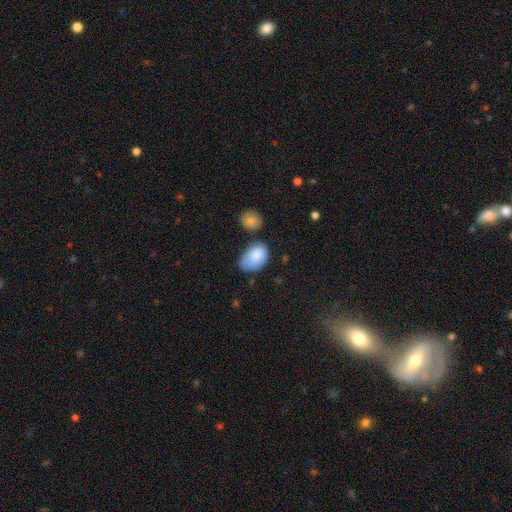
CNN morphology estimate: type=smooth (83%); roundness=in between (88%); merging=none (43%).